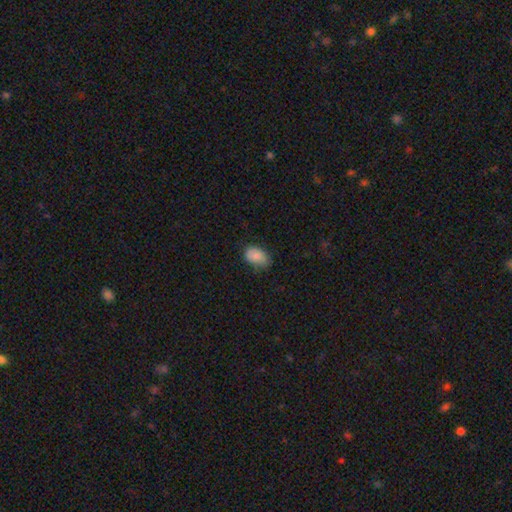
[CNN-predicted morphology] Q: Smooth or featured?
A: smooth (84%); runner-up: featured or disk (8%)
Q: How rounded?
A: in between (86%); runner-up: round (12%)
Q: Merging?
A: none (69%); runner-up: minor disturbance (26%)